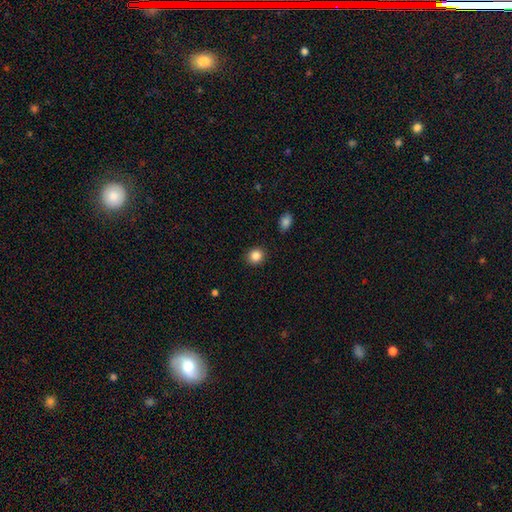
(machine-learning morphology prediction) Smooth or featured: smooth — 86% (star or artifact — 10%)
How rounded: round — 83% (in between — 17%)
Merging: none — 90% (minor disturbance — 6%)